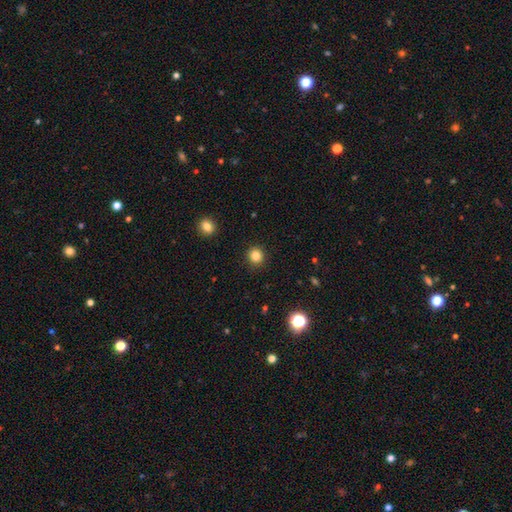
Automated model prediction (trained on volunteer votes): Smooth or featured: smooth — 83% (star or artifact — 12%)
How rounded: round — 92% (in between — 7%)
Merging: none — 92% (minor disturbance — 5%)